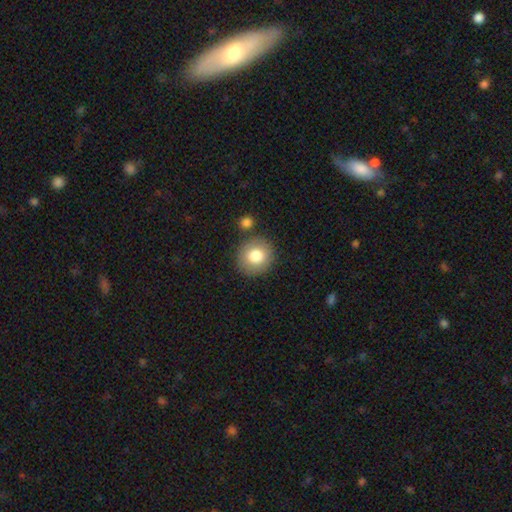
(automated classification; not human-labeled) smooth 81%, featured or disk 11%, star or artifact 8%. Down the decision tree: how rounded — round (89%); merging — none (81%).